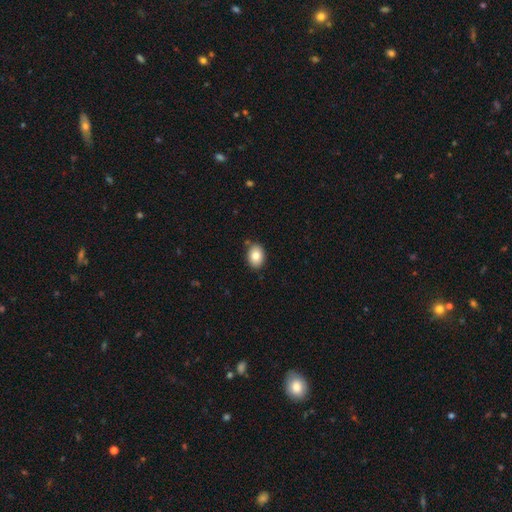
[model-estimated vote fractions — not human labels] A smooth galaxy with no disk features (83%) that is in between round and cigar-shaped (74%). Merging: none (84%).